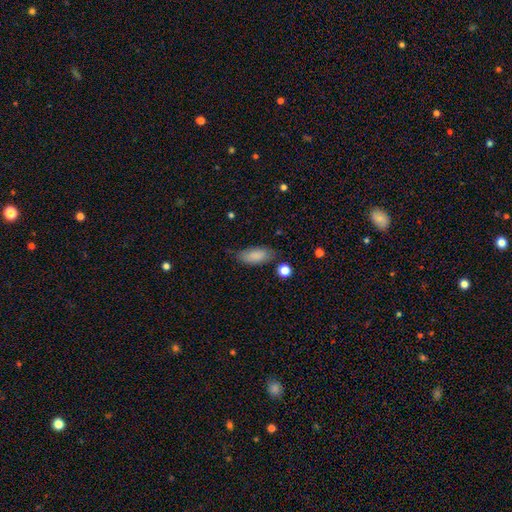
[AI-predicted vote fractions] smooth-or-featured: smooth: 86% | featured or disk: 7% | star or artifact: 7%
  how-rounded: in between: 85% | cigar-shaped: 12% | round: 2%
  merging: none: 73% | minor disturbance: 19% | major disturbance: 4% | merger: 3%